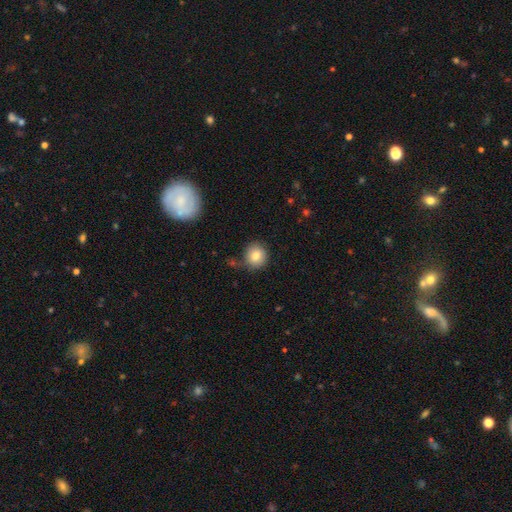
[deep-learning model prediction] Smooth or featured? smooth (82%)
How rounded? round (91%)
Merging? none (80%)